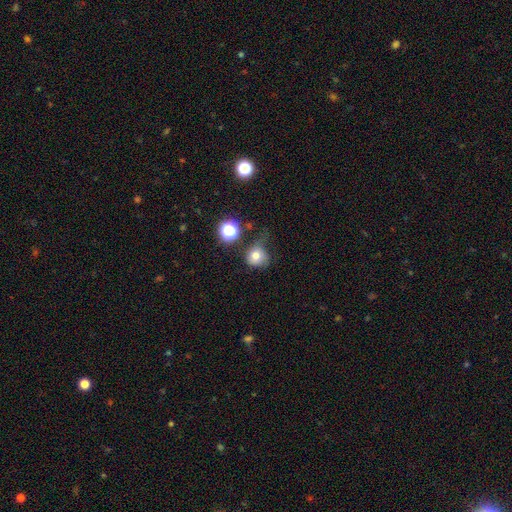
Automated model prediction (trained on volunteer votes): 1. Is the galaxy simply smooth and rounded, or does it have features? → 75% smooth, 14% star or artifact, 11% featured or disk.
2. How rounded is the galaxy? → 84% round, 15% in between, 1% cigar-shaped.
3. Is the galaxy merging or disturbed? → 43% none, 31% minor disturbance, 20% major disturbance, 6% merger.